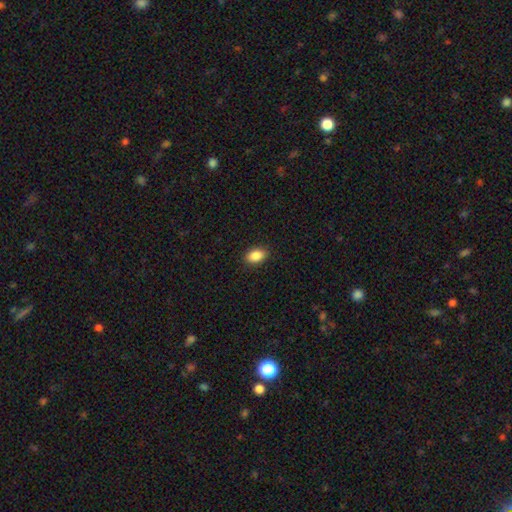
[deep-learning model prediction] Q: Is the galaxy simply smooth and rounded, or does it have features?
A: smooth — 87%.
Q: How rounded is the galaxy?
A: in between — 87%.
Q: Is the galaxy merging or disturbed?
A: none — 90%.